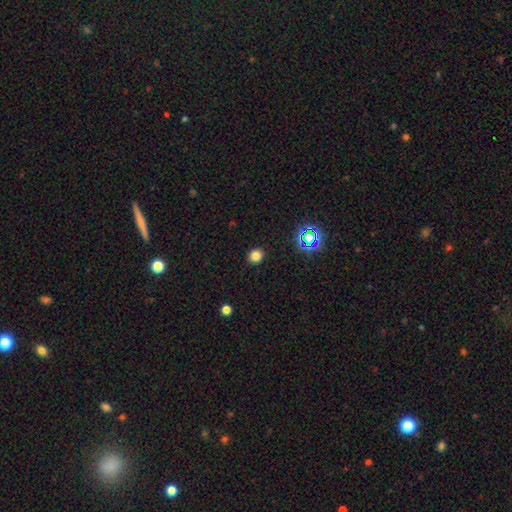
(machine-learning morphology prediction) Smooth or featured?
  - smooth: 78% *
  - star or artifact: 17%
  - featured or disk: 5%
How rounded?
  - round: 80% *
  - in between: 19%
  - cigar-shaped: 1%
Merging?
  - none: 91% *
  - minor disturbance: 6%
  - major disturbance: 2%
  - merger: 1%